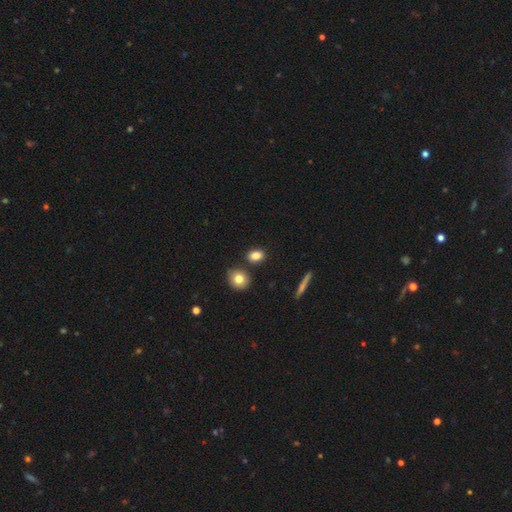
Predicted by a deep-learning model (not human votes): Smooth or featured? Predicted: smooth (p=0.83). How rounded? Predicted: in between (p=0.67). Merging? Predicted: none (p=0.81).